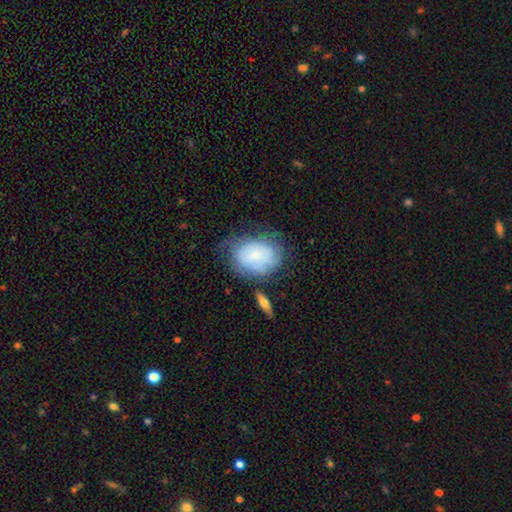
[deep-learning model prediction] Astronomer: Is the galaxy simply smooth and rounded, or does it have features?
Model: smooth — 55% (runner-up: featured or disk, 37%).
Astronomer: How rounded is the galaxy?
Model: in between — 71%.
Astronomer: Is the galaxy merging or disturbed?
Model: none — 51% (runner-up: minor disturbance, 29%).